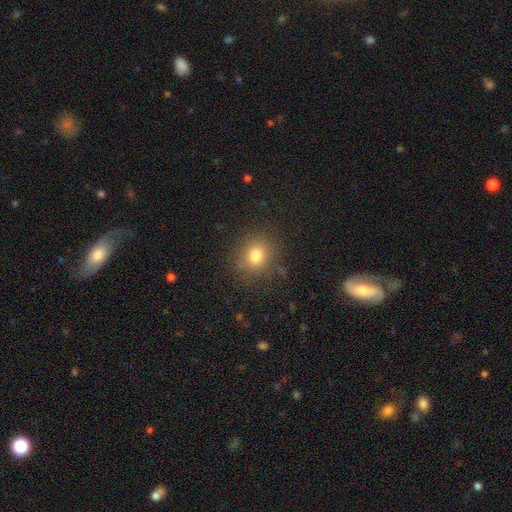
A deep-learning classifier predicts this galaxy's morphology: type=smooth (79%); roundness=round (77%); merging=none (85%).